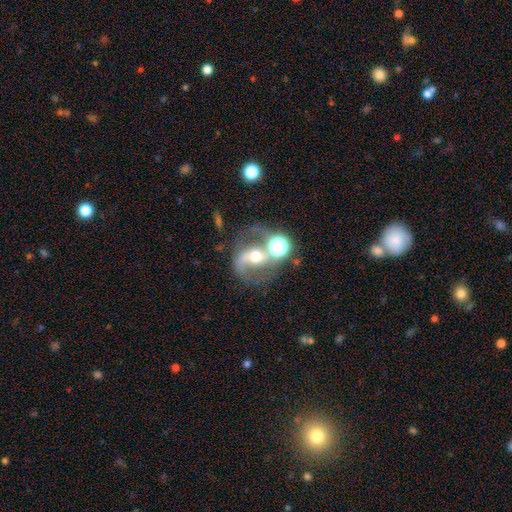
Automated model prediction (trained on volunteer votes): smooth_or_featured: featured or disk (p=0.76) [alt: smooth p=0.13]
disk_edge_on: no (p=0.97) [alt: yes p=0.03]
bar: no (p=0.36) [alt: weak p=0.33]
has_spiral_arms: yes (p=0.90) [alt: no p=0.10]
spiral_winding: medium (p=0.47) [alt: loose p=0.43]
spiral_arm_count: 2 (p=0.86) [alt: 1 p=0.07]
bulge_size: moderate (p=0.66) [alt: small p=0.18]
merging: none (p=0.50) [alt: merger p=0.23]